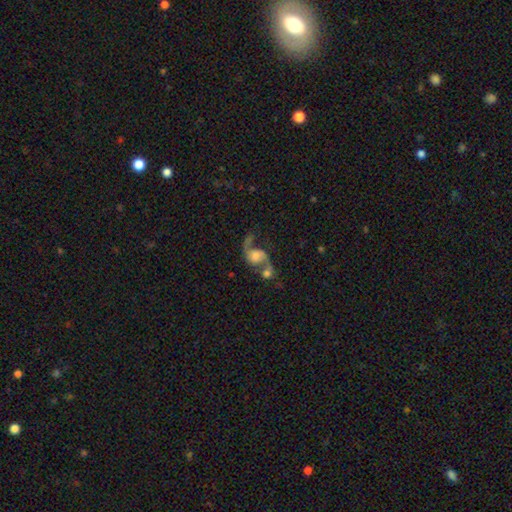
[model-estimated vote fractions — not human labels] This appears to be a featured or disk galaxy (78%) with no bar (65%), 2 (86%) loose (74%) spiral arms (93%) and a moderate central bulge (32%). Merging: merger (42%).